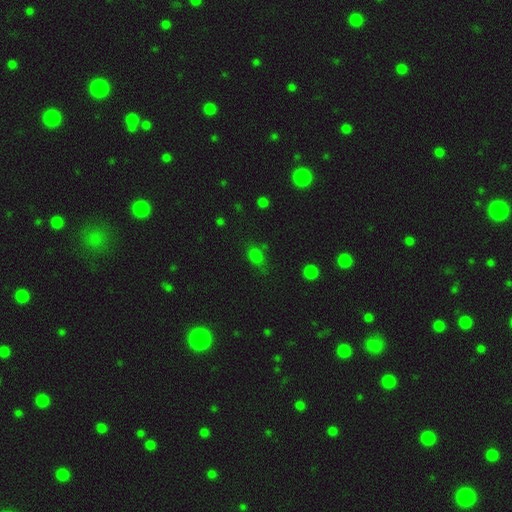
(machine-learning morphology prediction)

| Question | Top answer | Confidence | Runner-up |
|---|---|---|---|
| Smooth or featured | smooth | 75% | star or artifact (20%) |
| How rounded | in between | 65% | round (32%) |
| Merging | none | 66% | minor disturbance (23%) |